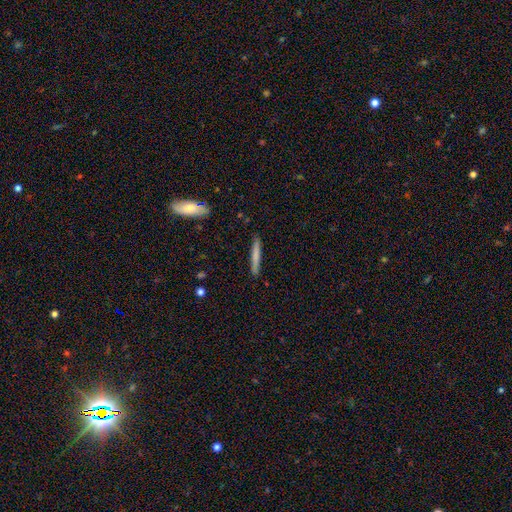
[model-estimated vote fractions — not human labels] Overall: smooth (70%). How rounded: cigar-shaped (95%). Merging: none (88%).